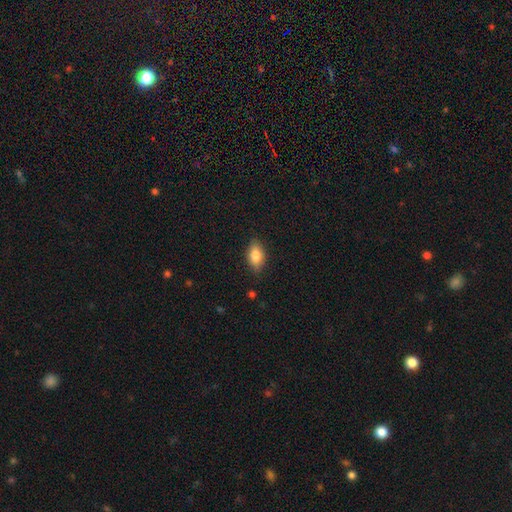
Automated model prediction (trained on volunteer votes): A smooth galaxy with no disk features (81%) that is in between round and cigar-shaped (88%).

Vote fractions:
- Smooth or featured? smooth: 81% / featured or disk: 12% / star or artifact: 8%
- How rounded? in between: 88% / cigar-shaped: 6% / round: 6%
- Merging? none: 85% / minor disturbance: 12% / major disturbance: 2% / merger: 1%